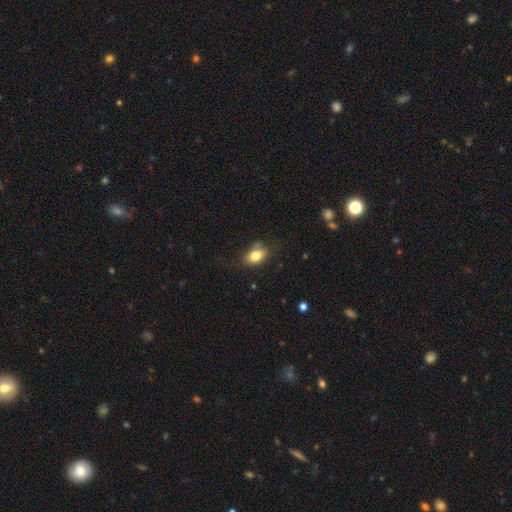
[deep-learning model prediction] Overall: smooth (80%). How rounded: in between (84%). Merging: none (70%).